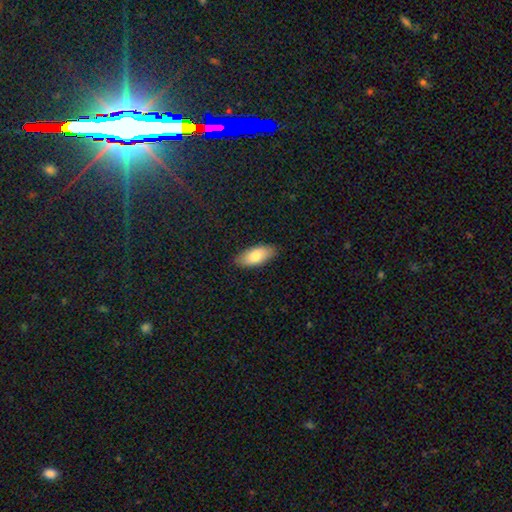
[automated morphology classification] A smooth galaxy with no disk features (80%) that is in between round and cigar-shaped (88%).

Vote fractions:
- Smooth or featured? smooth: 80% / featured or disk: 14% / star or artifact: 6%
- How rounded? in between: 88% / cigar-shaped: 10% / round: 2%
- Merging? none: 86% / minor disturbance: 11% / major disturbance: 2% / merger: 1%